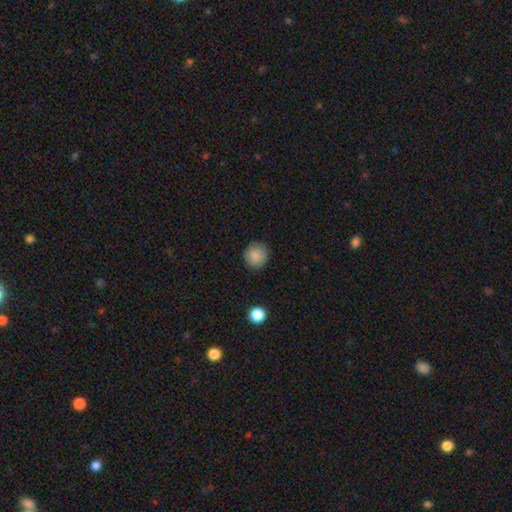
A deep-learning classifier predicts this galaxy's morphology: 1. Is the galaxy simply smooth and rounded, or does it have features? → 87% smooth, 9% star or artifact, 4% featured or disk.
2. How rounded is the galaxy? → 92% round, 7% in between, 1% cigar-shaped.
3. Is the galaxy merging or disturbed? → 89% none, 8% minor disturbance, 2% major disturbance, 1% merger.